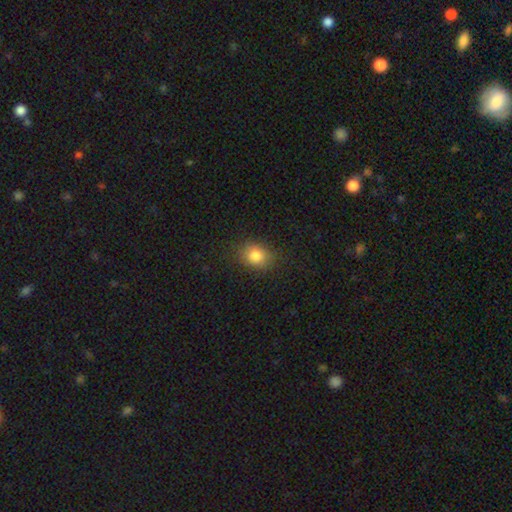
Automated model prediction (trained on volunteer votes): Q: Smooth or featured?
A: smooth (83%); runner-up: star or artifact (11%)
Q: How rounded?
A: round (54%); runner-up: in between (45%)
Q: Merging?
A: none (84%); runner-up: minor disturbance (11%)